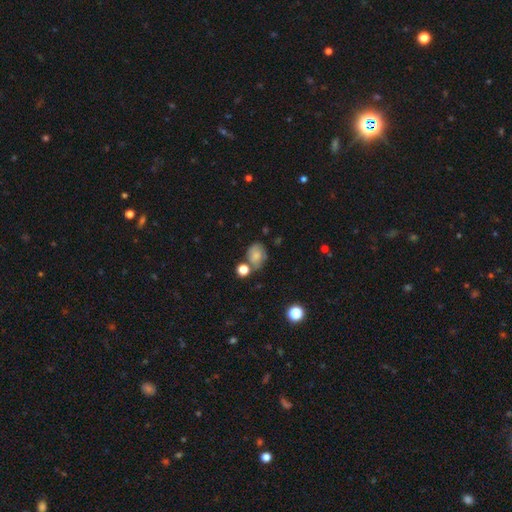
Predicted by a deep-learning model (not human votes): Smooth or featured? Predicted: smooth (p=0.72). How rounded? Predicted: in between (p=0.60). Merging? Predicted: none (p=0.54).